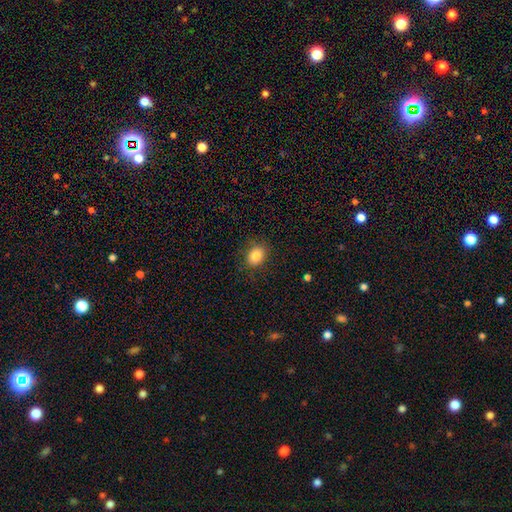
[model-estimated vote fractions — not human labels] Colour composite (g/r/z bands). It shows a smooth galaxy with no disk features (84%) that is in between round and cigar-shaped (66%). Merging: none (86%).